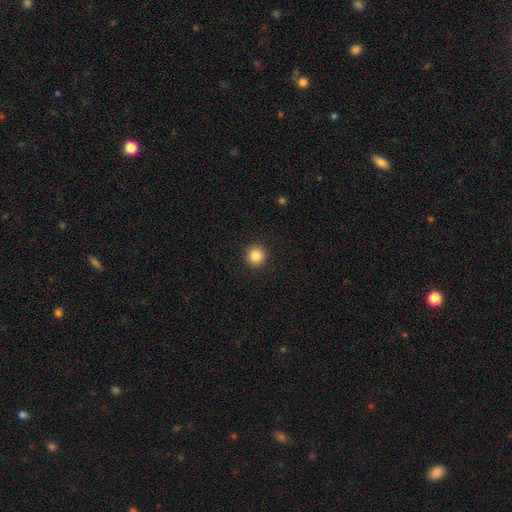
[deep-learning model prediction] Morphology: type=smooth (85%); roundness=round (94%); merging=none (92%).